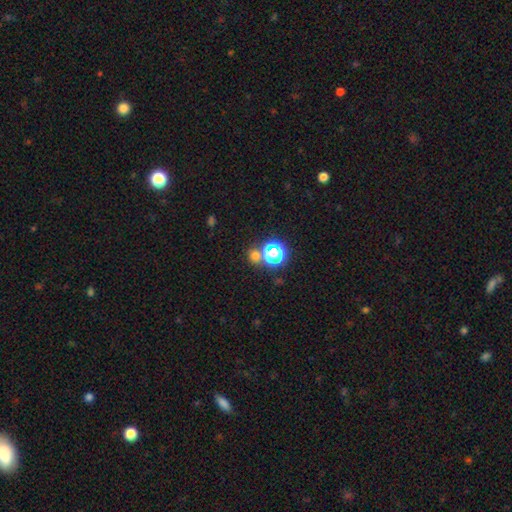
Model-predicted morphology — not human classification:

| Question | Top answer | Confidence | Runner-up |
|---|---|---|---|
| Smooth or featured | smooth | 62% | star or artifact (31%) |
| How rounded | round | 84% | in between (14%) |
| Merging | none | 66% | merger (23%) |